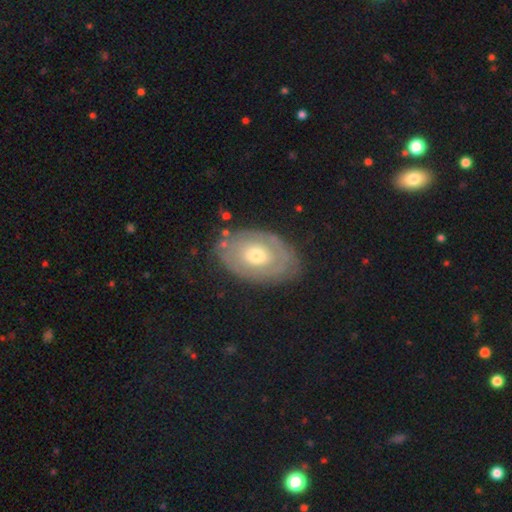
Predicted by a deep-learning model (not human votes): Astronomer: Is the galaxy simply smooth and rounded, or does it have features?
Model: featured or disk — 62%.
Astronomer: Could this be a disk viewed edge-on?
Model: no — 93%.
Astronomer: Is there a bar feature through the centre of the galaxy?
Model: no — 86%.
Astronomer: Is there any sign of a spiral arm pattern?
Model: no — 56% (runner-up: yes, 44%).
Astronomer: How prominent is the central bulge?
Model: moderate — 65%.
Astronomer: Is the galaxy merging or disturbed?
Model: none — 74%.